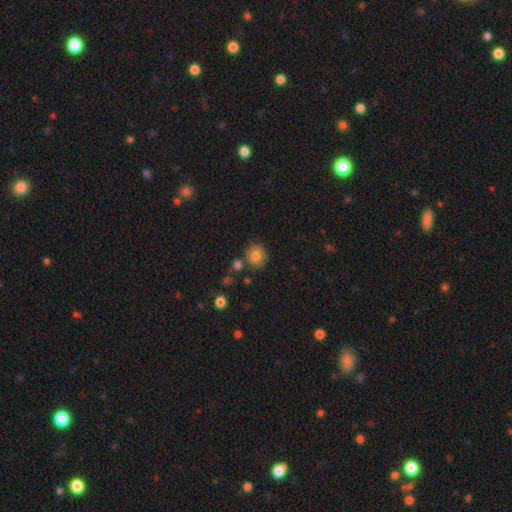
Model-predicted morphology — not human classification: Smooth or featured? Predicted: smooth (p=0.82). How rounded? Predicted: round (p=0.73). Merging? Predicted: none (p=0.77).